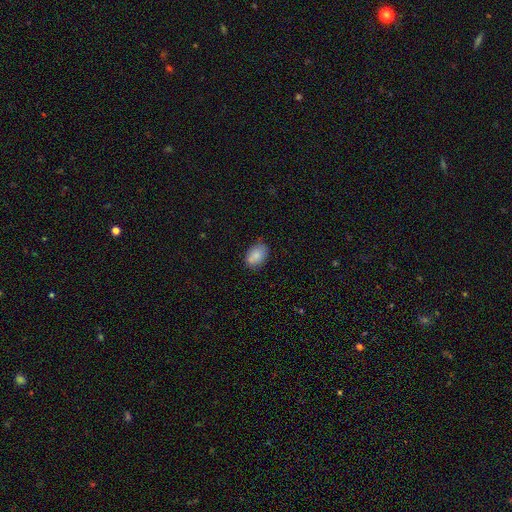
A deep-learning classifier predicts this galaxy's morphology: A smooth galaxy with no disk features (80%) that is in between round and cigar-shaped (80%). Merging: none (67%).